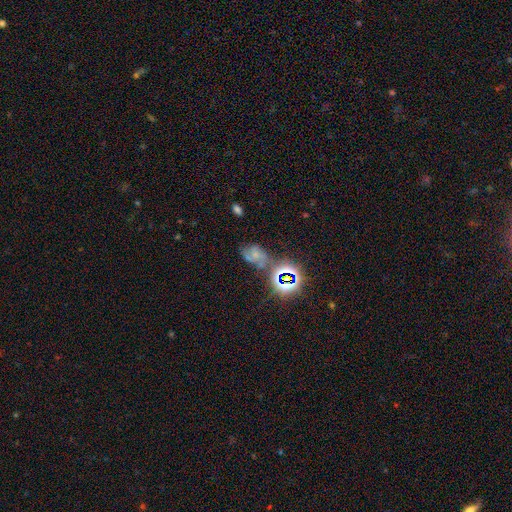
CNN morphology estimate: Overall: star or artifact (42%; featured or disk 35%).